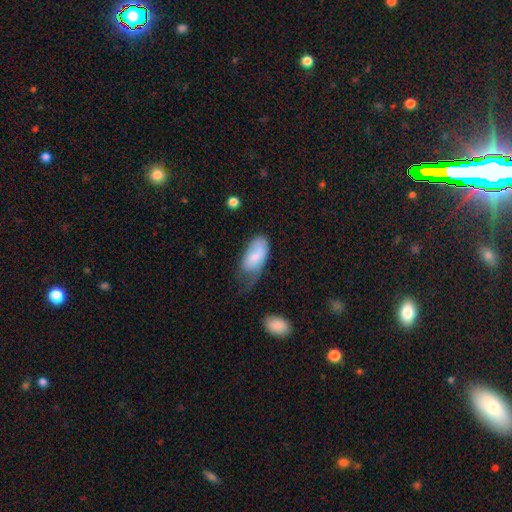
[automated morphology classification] This is likely a smooth galaxy (71%). How rounded: clearly in between (94%). Merging: marginally major disturbance (38%).